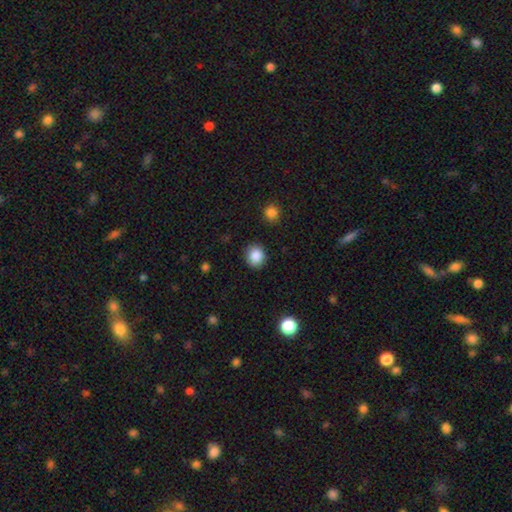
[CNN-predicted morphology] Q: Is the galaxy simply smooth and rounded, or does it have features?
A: smooth — 87%.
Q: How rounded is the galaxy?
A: round — 79%.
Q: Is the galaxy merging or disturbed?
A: none — 88%.